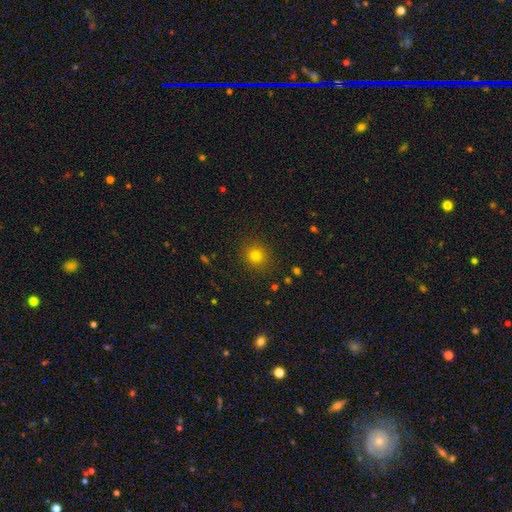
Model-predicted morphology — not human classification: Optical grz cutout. It shows a smooth galaxy with no disk features (78%) that is round (86%). Merging: none (89%).